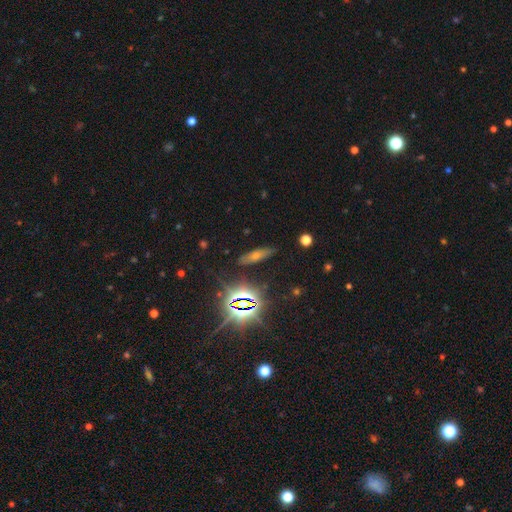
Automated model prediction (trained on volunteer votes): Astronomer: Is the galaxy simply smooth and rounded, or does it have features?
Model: star or artifact — 42% (runner-up: smooth, 32%).